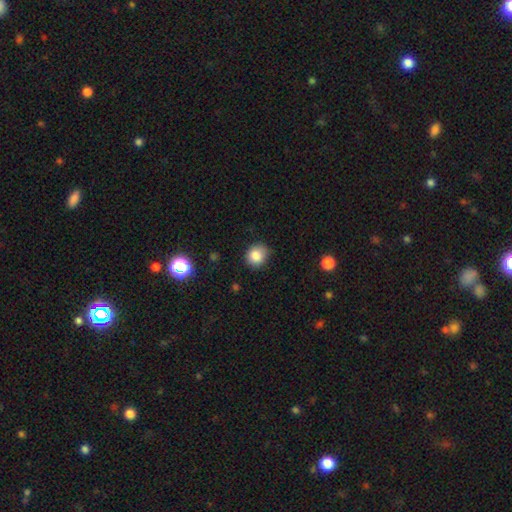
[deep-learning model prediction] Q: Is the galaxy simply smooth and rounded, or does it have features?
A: smooth — 83%.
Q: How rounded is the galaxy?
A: round — 76%.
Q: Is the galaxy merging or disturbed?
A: none — 82%.